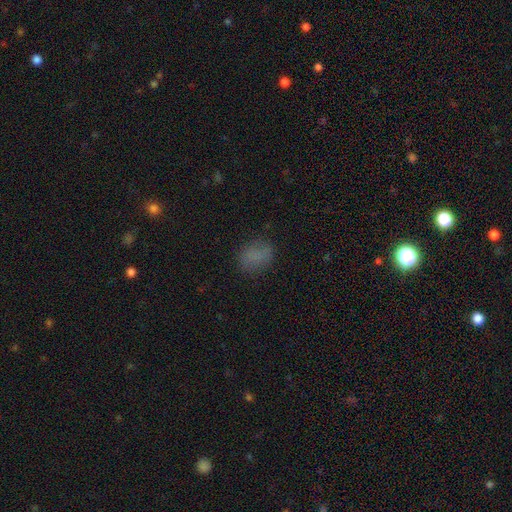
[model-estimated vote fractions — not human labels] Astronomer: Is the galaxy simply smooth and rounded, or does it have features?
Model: smooth — 76%.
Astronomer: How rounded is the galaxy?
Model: in between — 59% (runner-up: round, 39%).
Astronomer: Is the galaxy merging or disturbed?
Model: none — 77%.